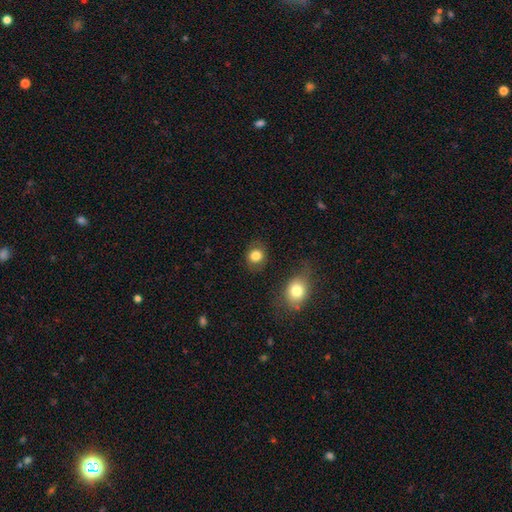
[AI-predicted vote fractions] smooth 82%, star or artifact 10%, featured or disk 8%. Down the decision tree: how rounded — round (74%); merging — none (79%).